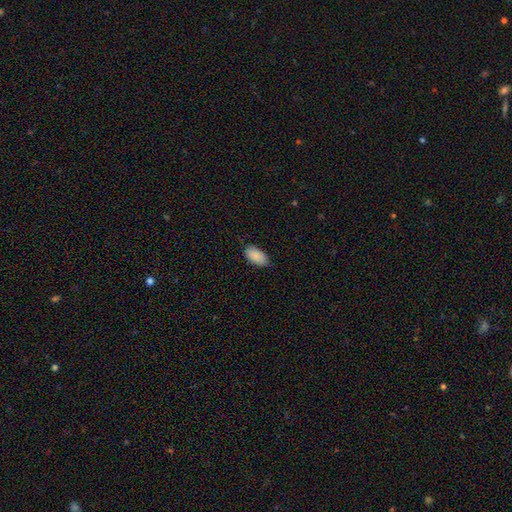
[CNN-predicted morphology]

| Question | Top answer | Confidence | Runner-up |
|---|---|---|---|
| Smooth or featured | smooth | 89% | star or artifact (6%) |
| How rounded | in between | 95% | round (3%) |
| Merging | none | 81% | minor disturbance (15%) |